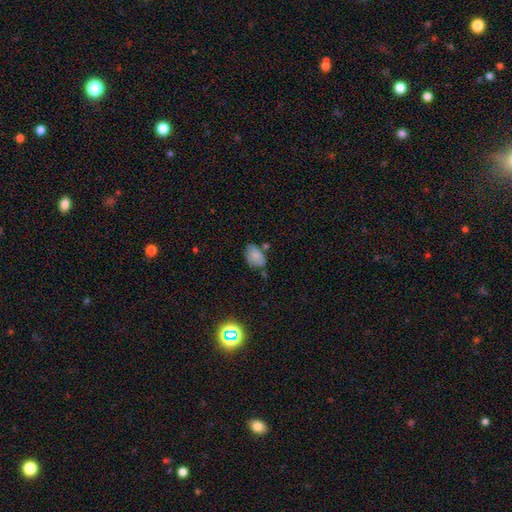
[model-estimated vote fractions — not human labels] smooth-or-featured: smooth: 74% | featured or disk: 15% | star or artifact: 11%
  how-rounded: in between: 85% | round: 14% | cigar-shaped: 1%
  merging: none: 53% | minor disturbance: 29% | merger: 11% | major disturbance: 7%